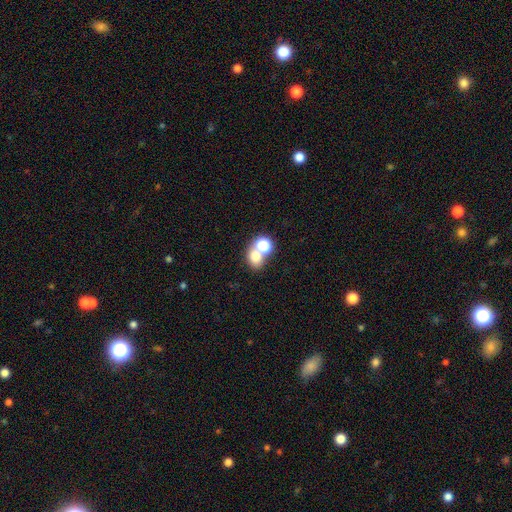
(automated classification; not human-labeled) This appears to be a smooth galaxy with no disk features (69%) that is round (58%). Merging: merger (47%).